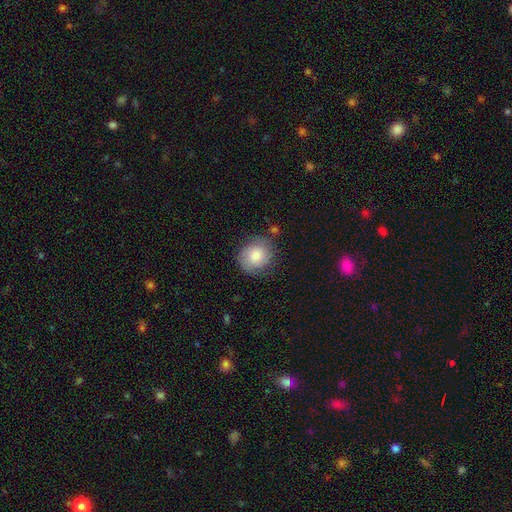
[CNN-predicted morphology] This is likely a smooth galaxy (74%). How rounded: clearly round (81%). Merging: likely none (73%).